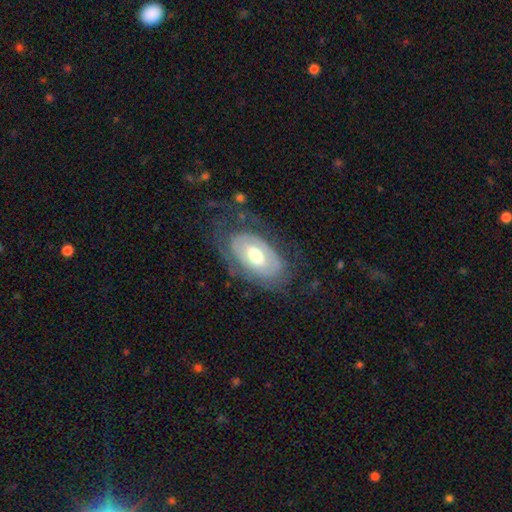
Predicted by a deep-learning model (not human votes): featured or disk 69%, smooth 25%, star or artifact 6%. Down the decision tree: edge-on disk — no (92%); bar — no (52%); spiral arms — yes (66%); bulge size — moderate (68%); merging — none (61%).